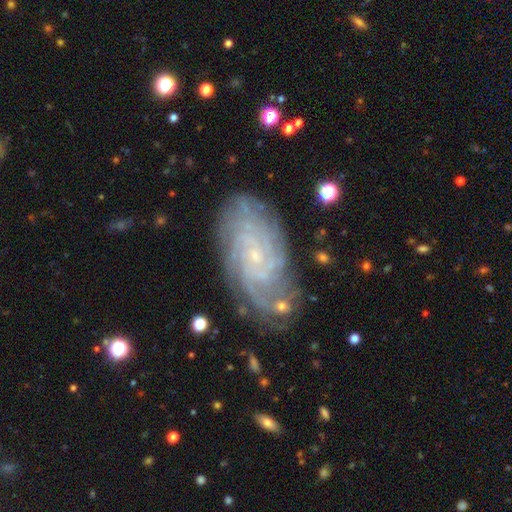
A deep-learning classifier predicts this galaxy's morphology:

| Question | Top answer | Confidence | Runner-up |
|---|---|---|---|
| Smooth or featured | featured or disk | 85% | smooth (8%) |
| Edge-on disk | no | 95% | yes (5%) |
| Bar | no | 72% | weak (23%) |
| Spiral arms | yes | 97% | no (3%) |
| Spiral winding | tight | 73% | medium (22%) |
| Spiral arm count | can't tell | 30% | 4 (25%) |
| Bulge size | small | 85% | moderate (9%) |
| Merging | none | 76% | minor disturbance (16%) |